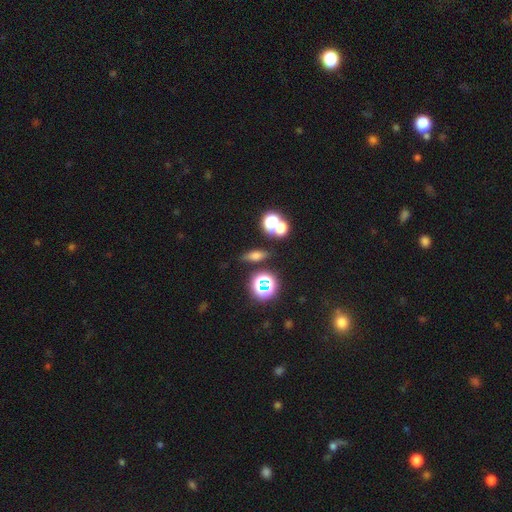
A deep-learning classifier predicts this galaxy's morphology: type=smooth (56%); roundness=in between (49%); merging=none (78%).